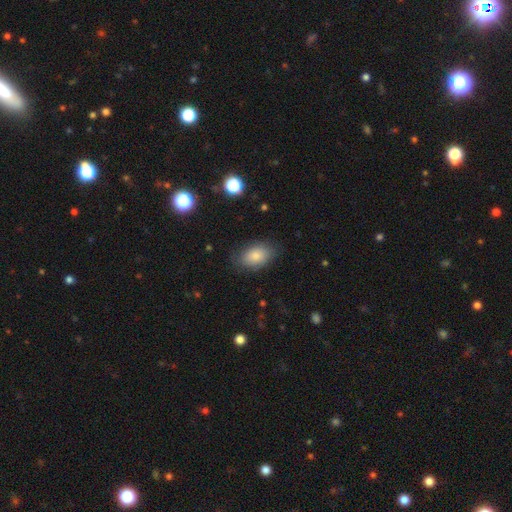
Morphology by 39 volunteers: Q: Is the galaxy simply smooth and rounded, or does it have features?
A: smooth — 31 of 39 (79%).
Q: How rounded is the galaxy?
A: in between — 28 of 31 (90%).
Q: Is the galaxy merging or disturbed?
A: none — 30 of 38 (79%).